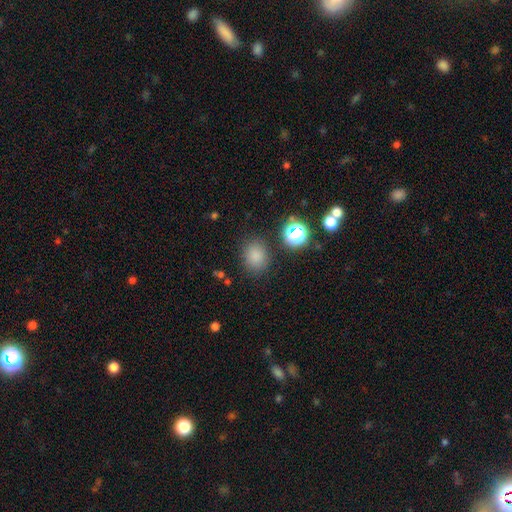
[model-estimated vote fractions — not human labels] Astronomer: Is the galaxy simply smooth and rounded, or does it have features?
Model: smooth — 79%.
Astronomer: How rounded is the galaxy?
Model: round — 68%.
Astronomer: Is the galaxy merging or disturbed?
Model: none — 82%.